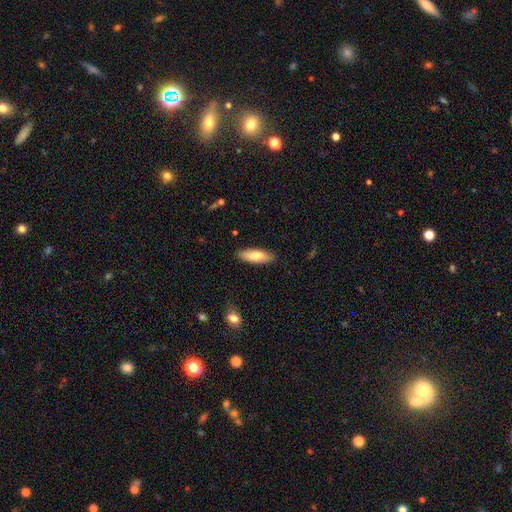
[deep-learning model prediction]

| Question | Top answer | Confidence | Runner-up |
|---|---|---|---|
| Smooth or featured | smooth | 78% | featured or disk (16%) |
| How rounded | in between | 55% | cigar-shaped (43%) |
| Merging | none | 87% | minor disturbance (10%) |